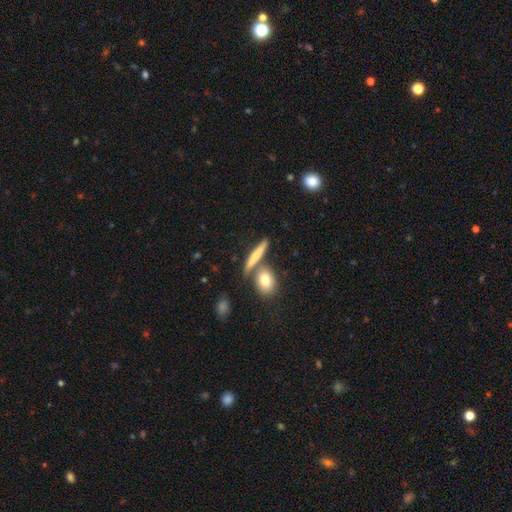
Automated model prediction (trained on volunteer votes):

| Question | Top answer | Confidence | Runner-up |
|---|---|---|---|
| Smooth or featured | smooth | 59% | featured or disk (34%) |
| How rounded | cigar-shaped | 72% | in between (20%) |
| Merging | none | 65% | merger (22%) |